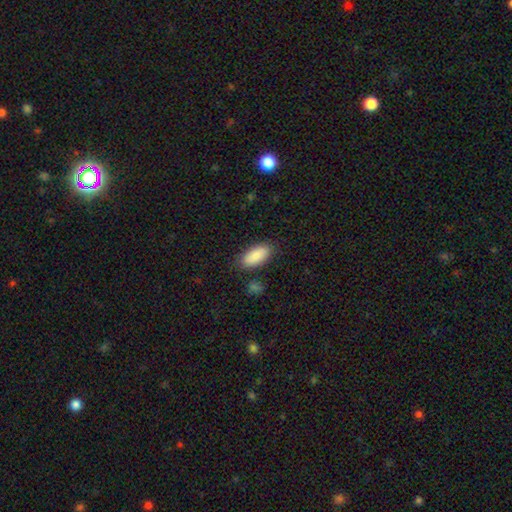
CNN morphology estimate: smooth-or-featured: smooth: 89% | star or artifact: 6% | featured or disk: 5%
  how-rounded: in between: 87% | cigar-shaped: 11% | round: 2%
  merging: none: 84% | minor disturbance: 10% | major disturbance: 3% | merger: 3%